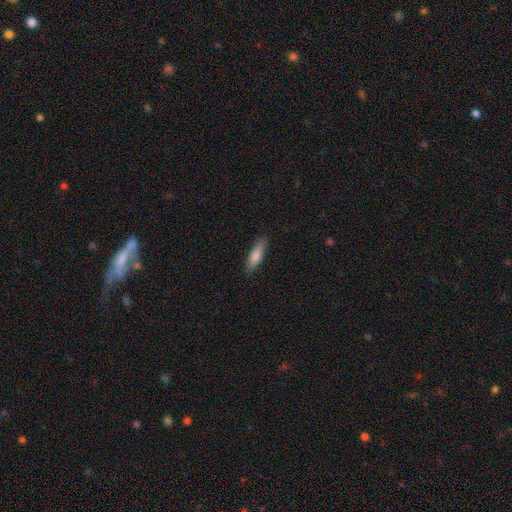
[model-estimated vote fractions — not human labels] The model was most divided on "how rounded": cigar-shaped: 65%, in between: 33%, round: 2%. More confident: merging — none (86%); smooth or featured — smooth (79%).